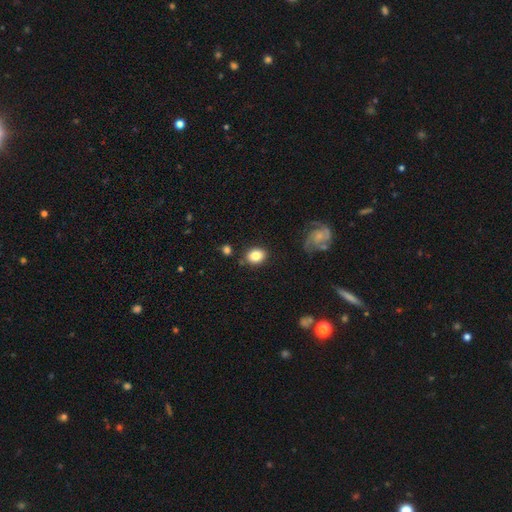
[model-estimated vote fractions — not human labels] Morphology: type=smooth (83%); roundness=in between (52%); merging=none (80%).